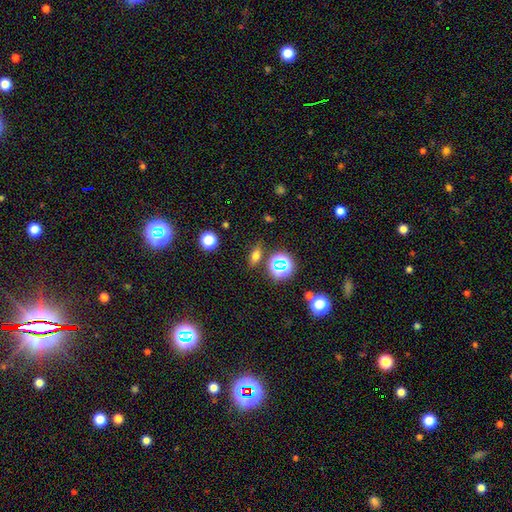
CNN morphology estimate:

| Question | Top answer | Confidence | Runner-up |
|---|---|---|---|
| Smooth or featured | smooth | 64% | star or artifact (23%) |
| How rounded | in between | 65% | round (21%) |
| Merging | none | 82% | minor disturbance (11%) |